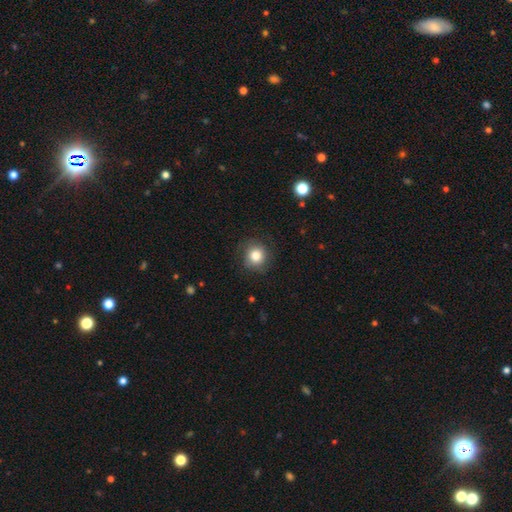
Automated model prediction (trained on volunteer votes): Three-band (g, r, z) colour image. It shows a smooth galaxy with no disk features (81%) that is round (91%). Merging: none (83%).